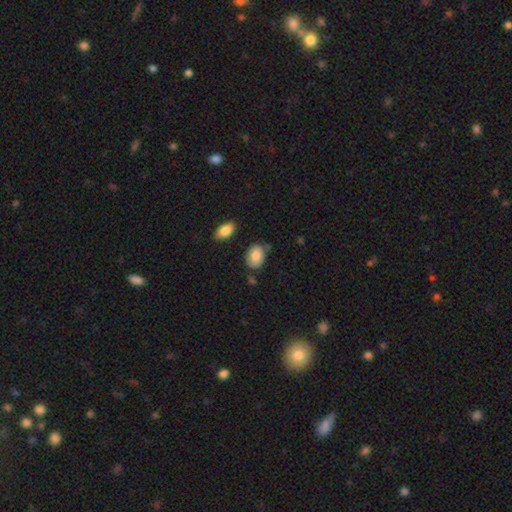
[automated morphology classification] smooth 83%, featured or disk 10%, star or artifact 7%. Down the decision tree: how rounded — in between (83%); merging — none (74%).